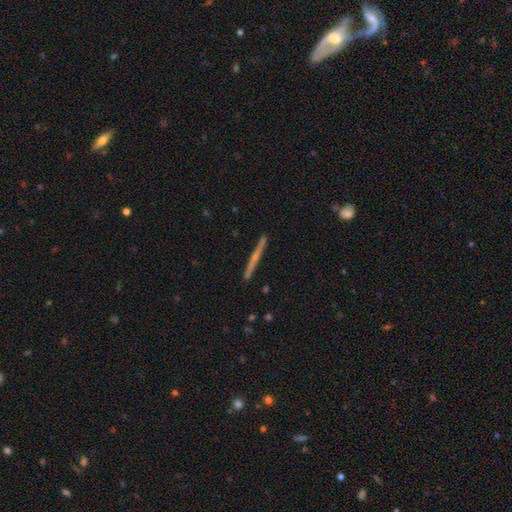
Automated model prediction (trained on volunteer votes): smooth_or_featured: featured or disk (p=0.60) [alt: smooth p=0.33]
disk_edge_on: yes (p=0.97) [alt: no p=0.03]
edge_on_bulge: none (p=0.60) [alt: rounded p=0.33]
merging: none (p=0.89) [alt: minor disturbance p=0.07]